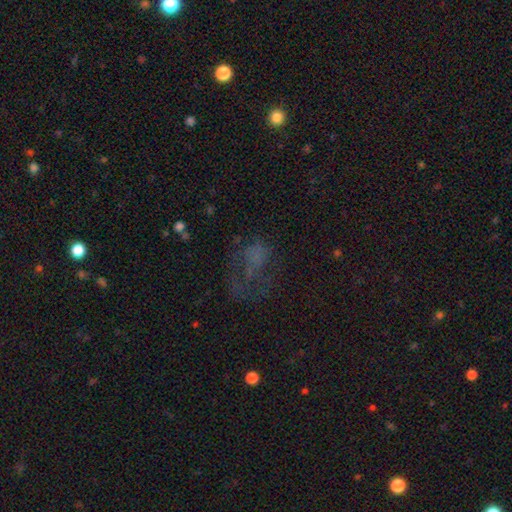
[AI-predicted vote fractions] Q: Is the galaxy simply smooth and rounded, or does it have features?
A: smooth — 39%.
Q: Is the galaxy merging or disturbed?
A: major disturbance — 51%.